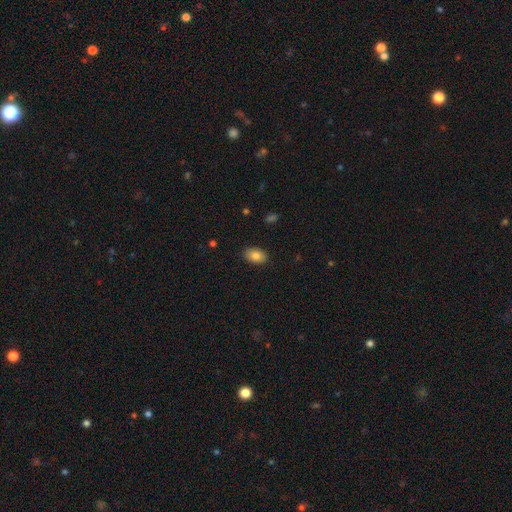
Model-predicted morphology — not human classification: smooth-or-featured: smooth: 83% | featured or disk: 8% | star or artifact: 8%
  how-rounded: in between: 88% | round: 11% | cigar-shaped: 1%
  merging: none: 88% | minor disturbance: 9% | major disturbance: 2% | merger: 1%